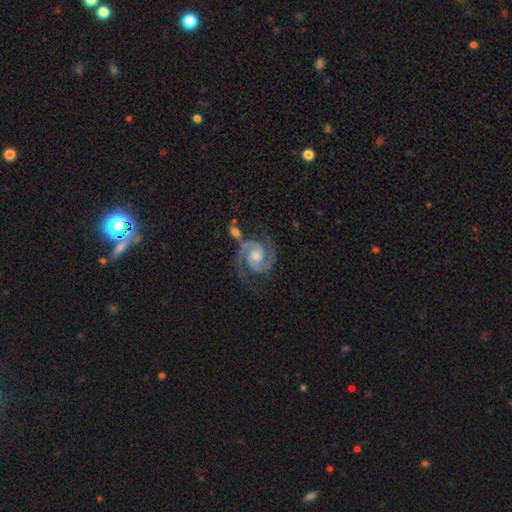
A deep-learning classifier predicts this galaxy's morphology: type=featured or disk (93%); edge-on=no (98%); bar=no (63%); spiral arms=yes (99%); winding=tight (48%); arm count=2 (93%); bulge=moderate (59%); merging=none (74%).